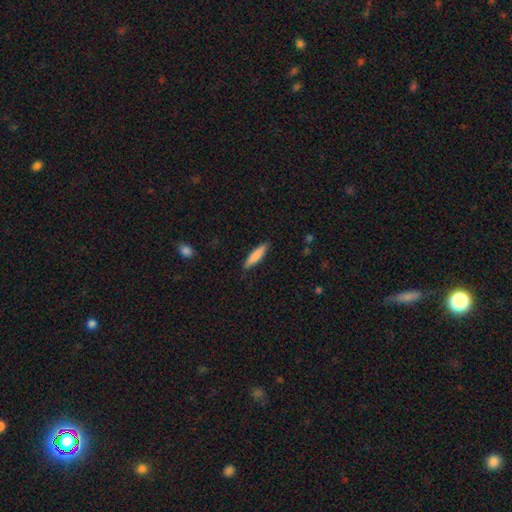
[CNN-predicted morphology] Smooth or featured? smooth (80%)
How rounded? cigar-shaped (80%)
Merging? none (88%)